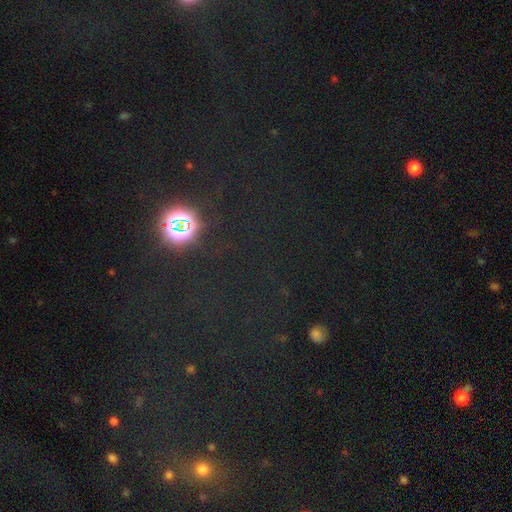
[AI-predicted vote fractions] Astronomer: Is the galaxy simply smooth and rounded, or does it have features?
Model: star or artifact — 75%.